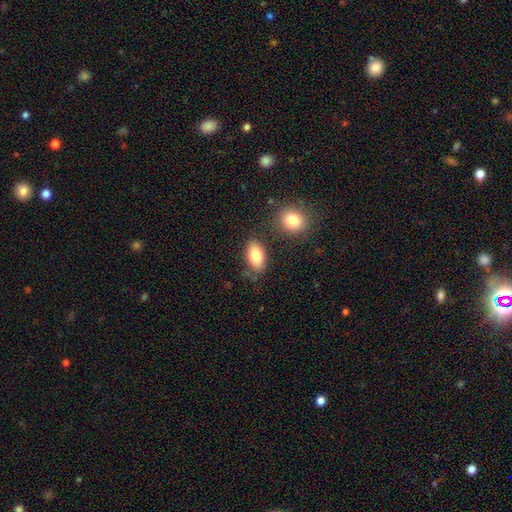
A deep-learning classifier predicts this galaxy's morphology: Q: Smooth or featured?
A: smooth (82%); runner-up: featured or disk (11%)
Q: How rounded?
A: in between (91%); runner-up: round (6%)
Q: Merging?
A: none (73%); runner-up: minor disturbance (14%)